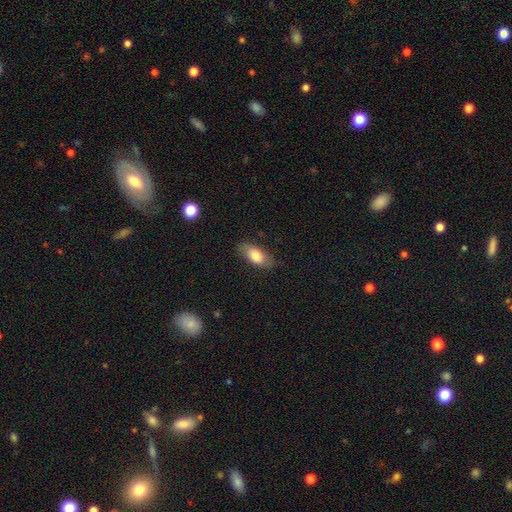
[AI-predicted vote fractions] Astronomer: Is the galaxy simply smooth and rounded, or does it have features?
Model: smooth — 77%.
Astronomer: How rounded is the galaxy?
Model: in between — 89%.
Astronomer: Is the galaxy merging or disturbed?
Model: none — 76%.